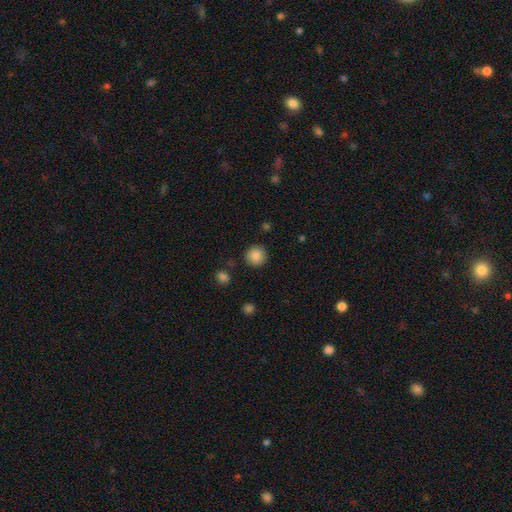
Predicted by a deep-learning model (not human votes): smooth_or_featured: smooth (p=0.87) [alt: star or artifact p=0.09]
how_rounded: round (p=0.94) [alt: in between p=0.05]
merging: none (p=0.89) [alt: minor disturbance p=0.07]